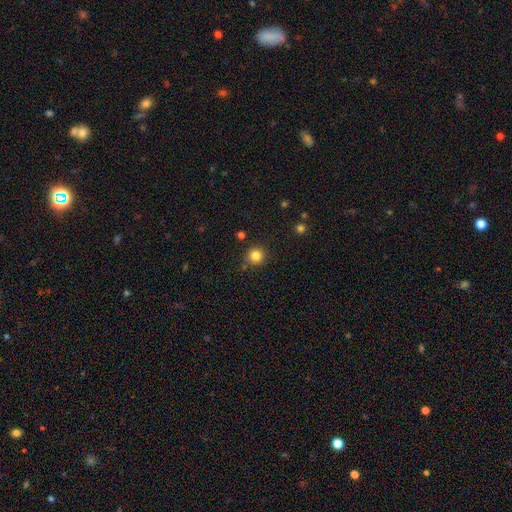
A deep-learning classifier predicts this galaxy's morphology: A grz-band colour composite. It shows a smooth galaxy with no disk features (83%) that is round (93%). Merging: none (85%).